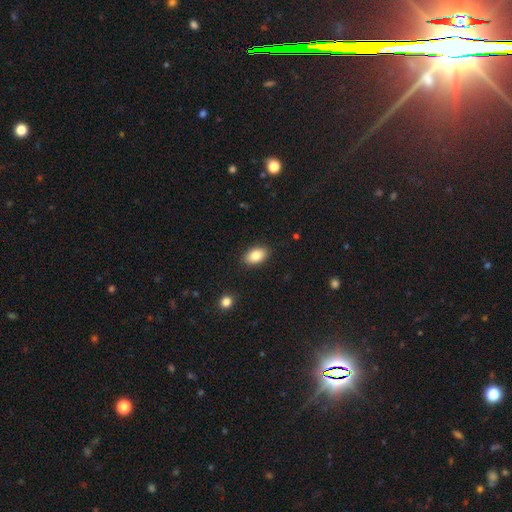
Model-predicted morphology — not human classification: Q: Smooth or featured?
A: smooth (84%); runner-up: featured or disk (8%)
Q: How rounded?
A: in between (91%); runner-up: round (7%)
Q: Merging?
A: none (89%); runner-up: minor disturbance (8%)